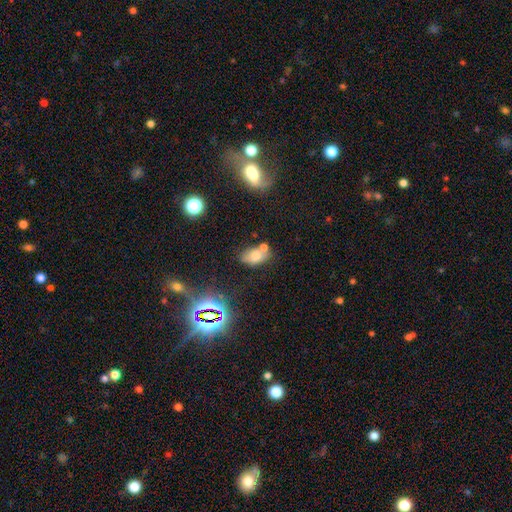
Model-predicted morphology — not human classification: Smooth or featured? smooth (64%)
How rounded? in between (82%)
Merging? none (57%)